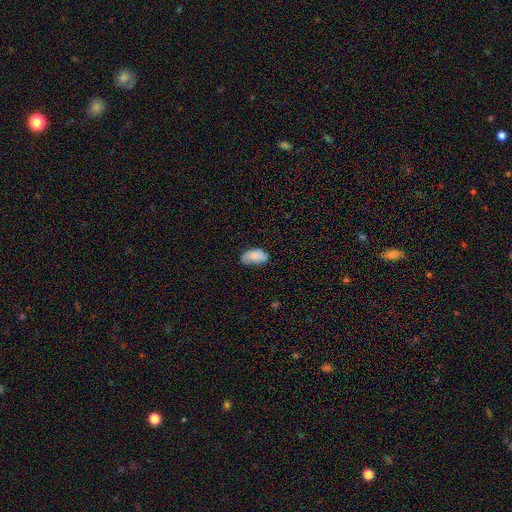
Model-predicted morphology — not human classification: This is clearly a smooth galaxy (82%). How rounded: clearly in between (94%). Merging: possibly none (55%).